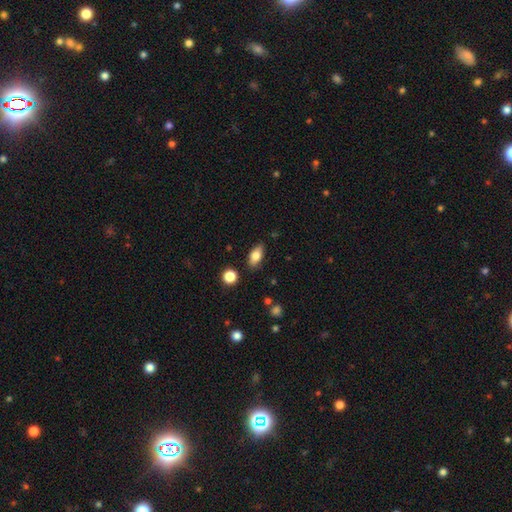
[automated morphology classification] smooth-or-featured: smooth: 78% | featured or disk: 15% | star or artifact: 8%
  how-rounded: in between: 85% | cigar-shaped: 9% | round: 6%
  merging: none: 83% | minor disturbance: 12% | major disturbance: 3% | merger: 2%